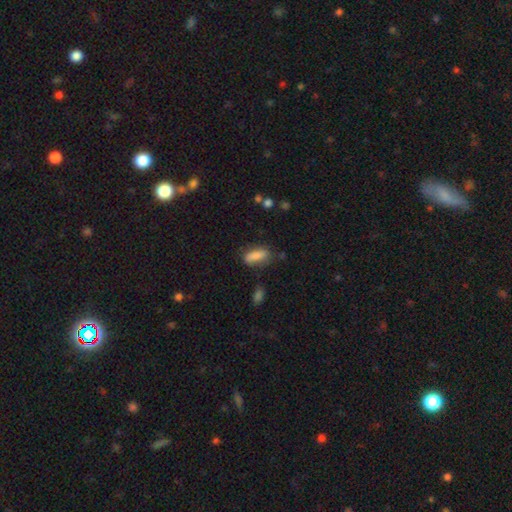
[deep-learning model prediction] Smooth or featured? smooth (83%)
How rounded? in between (68%)
Merging? none (66%)